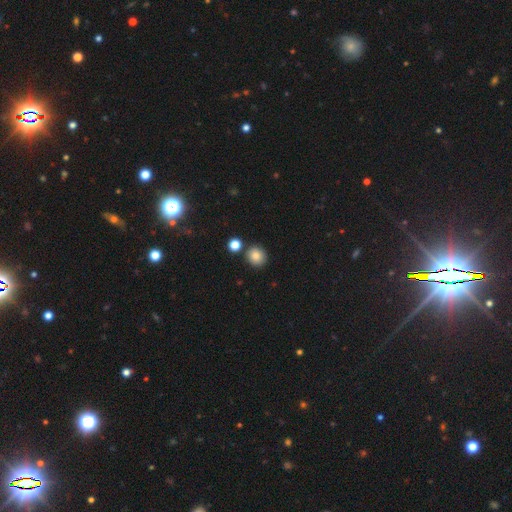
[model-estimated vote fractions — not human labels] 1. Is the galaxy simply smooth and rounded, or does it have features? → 83% smooth, 11% star or artifact, 6% featured or disk.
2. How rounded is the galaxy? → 87% round, 12% in between, 1% cigar-shaped.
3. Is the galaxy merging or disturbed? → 83% none, 8% minor disturbance, 7% merger, 2% major disturbance.